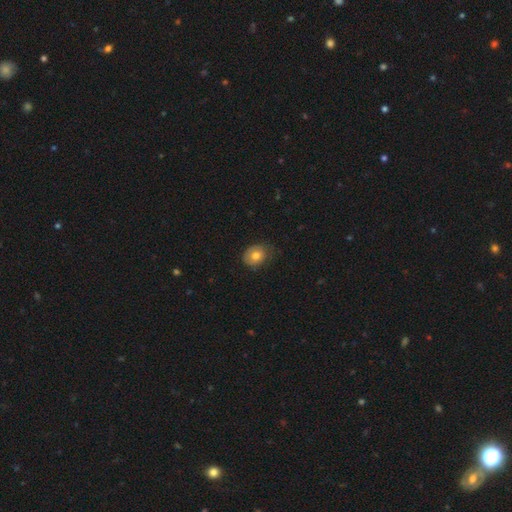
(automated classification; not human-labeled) This is likely a smooth galaxy (73%). How rounded: possibly round (57%). Merging: likely none (66%).